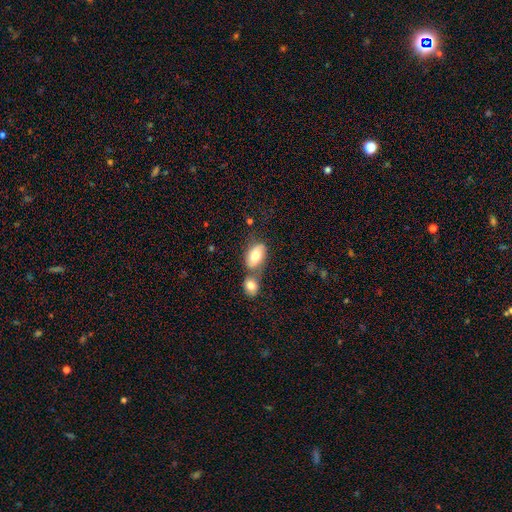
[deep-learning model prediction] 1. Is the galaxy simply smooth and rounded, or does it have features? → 73% smooth, 20% featured or disk, 7% star or artifact.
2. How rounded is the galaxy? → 91% in between, 7% round, 2% cigar-shaped.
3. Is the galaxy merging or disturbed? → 47% merger, 35% none, 13% minor disturbance, 6% major disturbance.